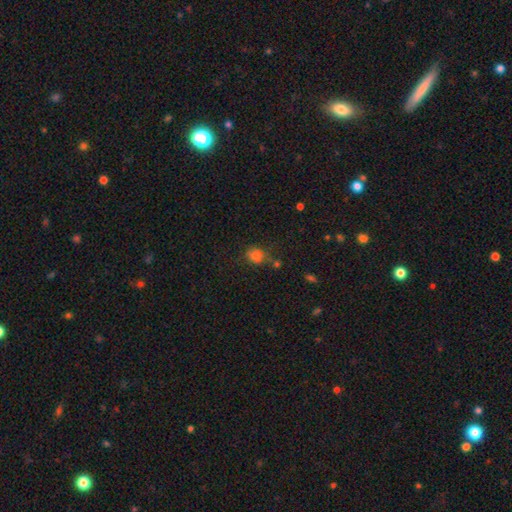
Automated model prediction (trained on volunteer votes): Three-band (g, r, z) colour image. It shows a smooth galaxy with no disk features (76%) that is round (66%). Merging: none (61%).